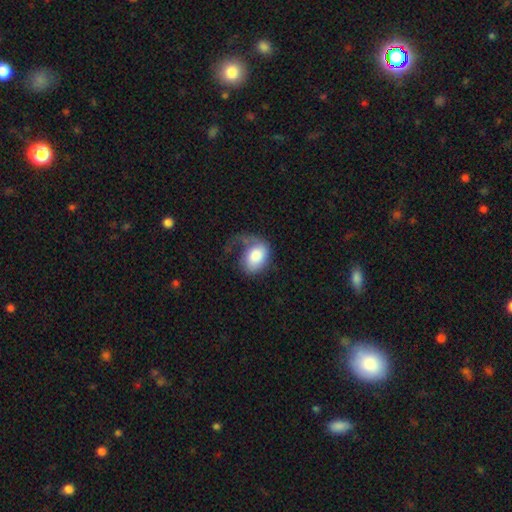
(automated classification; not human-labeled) smooth_or_featured: smooth (p=0.66) [alt: featured or disk p=0.28]
how_rounded: in between (p=0.72) [alt: round p=0.27]
merging: major disturbance (p=0.50) [alt: none p=0.25]